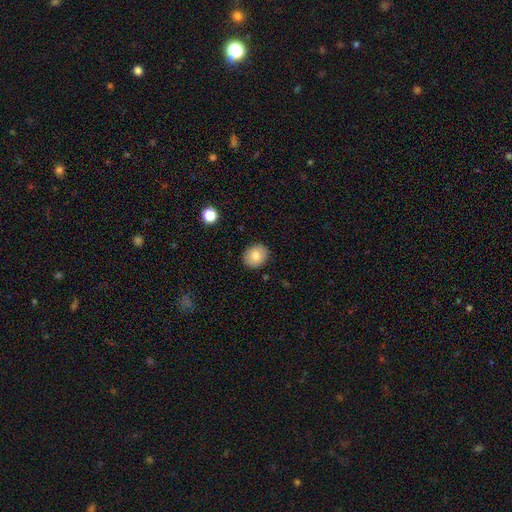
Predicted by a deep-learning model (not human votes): This appears to be a smooth galaxy with no disk features (80%) that is round (74%). Merging: none (90%).